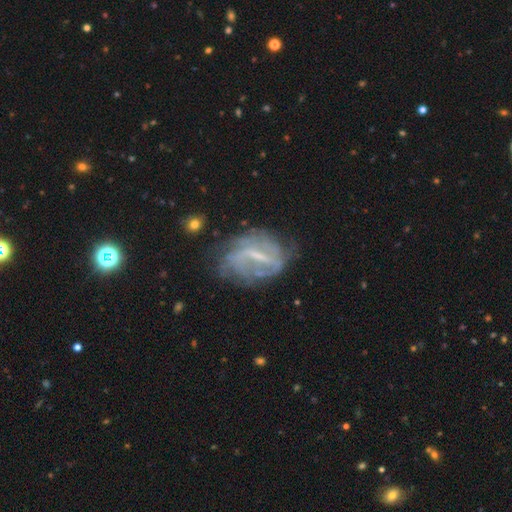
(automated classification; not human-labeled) Smooth or featured: featured or disk — 75% (smooth — 15%)
Edge-on disk: no — 95% (yes — 5%)
Bar: strong — 47% (weak — 41%)
Spiral arms: yes — 70% (no — 30%)
Bulge size: small — 43% (none — 32%)
Merging: none — 52% (minor disturbance — 25%)